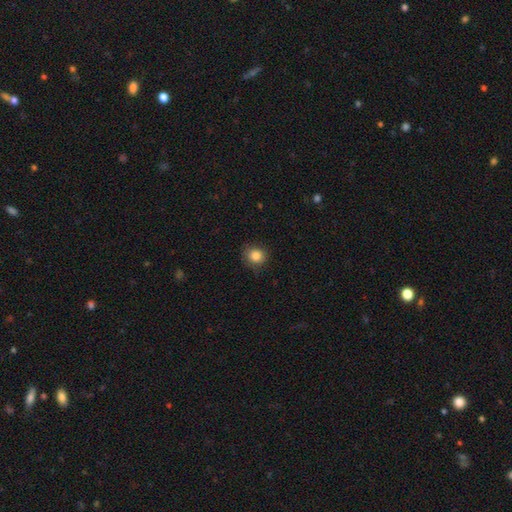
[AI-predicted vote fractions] Morphology: type=smooth (85%); roundness=round (84%); merging=none (82%).